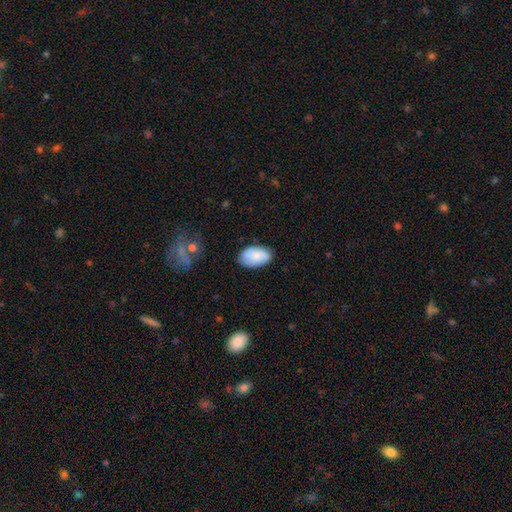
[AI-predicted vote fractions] A smooth galaxy with no disk features (75%) that is in between round and cigar-shaped (93%). Merging: none (75%).